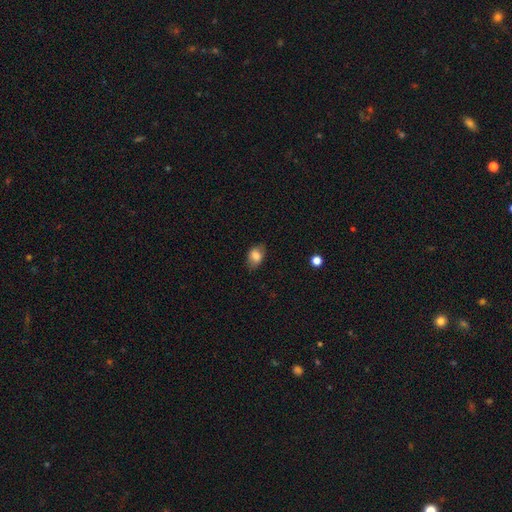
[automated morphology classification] smooth 81%, featured or disk 11%, star or artifact 8%. Down the decision tree: how rounded — in between (82%); merging — none (77%).